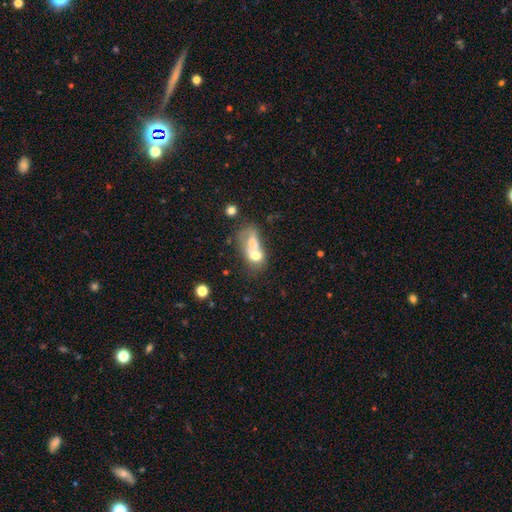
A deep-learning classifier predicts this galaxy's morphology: Smooth or featured?
  - smooth: 59% *
  - featured or disk: 30%
  - star or artifact: 11%
How rounded?
  - in between: 70% *
  - round: 25%
  - cigar-shaped: 6%
Merging?
  - merger: 63% *
  - none: 14%
  - major disturbance: 14%
  - minor disturbance: 8%